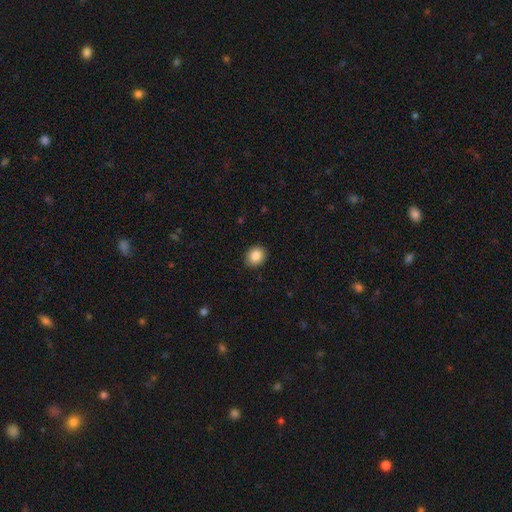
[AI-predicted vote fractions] This appears to be a smooth galaxy with no disk features (86%) that is round (69%). Merging: none (90%).